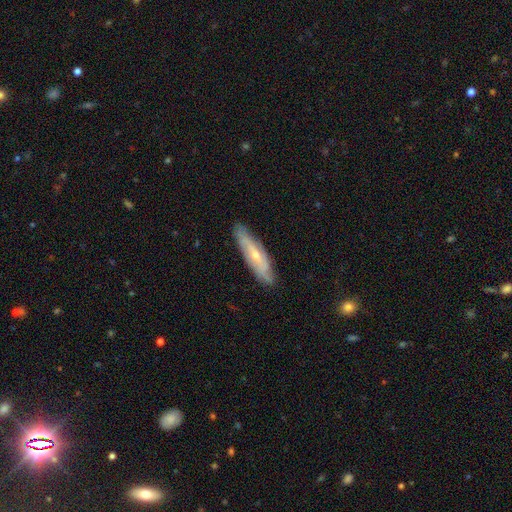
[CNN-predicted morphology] This appears to be a featured or disk galaxy (63%). Merging: none (80%).